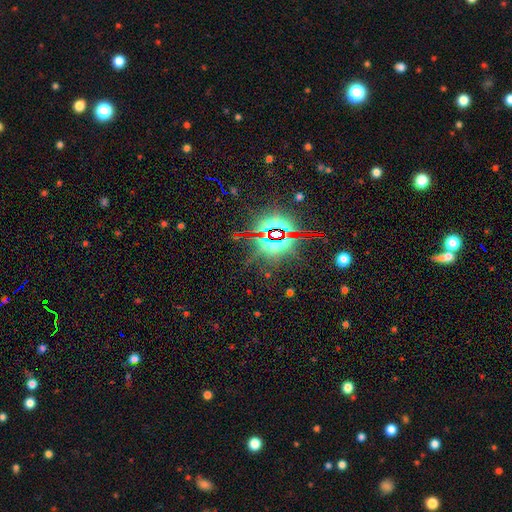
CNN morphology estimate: Smooth or featured: star or artifact — 85% (smooth — 8%)